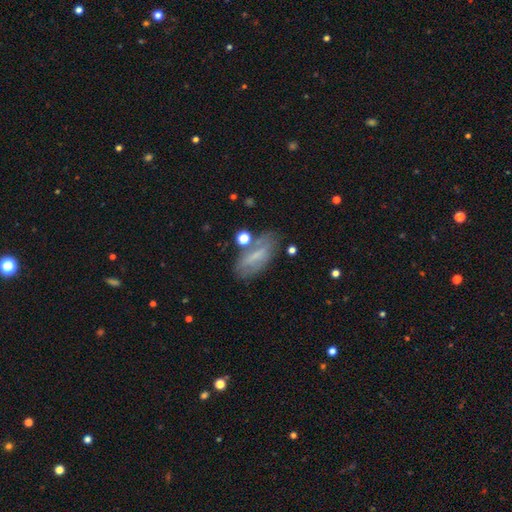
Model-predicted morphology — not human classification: Q: Smooth or featured?
A: smooth (55%); runner-up: featured or disk (36%)
Q: How rounded?
A: in between (72%); runner-up: cigar-shaped (23%)
Q: Merging?
A: none (63%); runner-up: minor disturbance (21%)